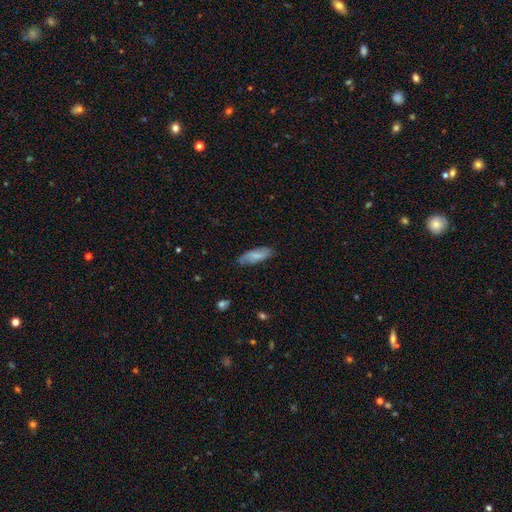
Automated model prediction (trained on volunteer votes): A smooth galaxy with no disk features (73%) that is in between round and cigar-shaped (66%). Merging: none (77%).